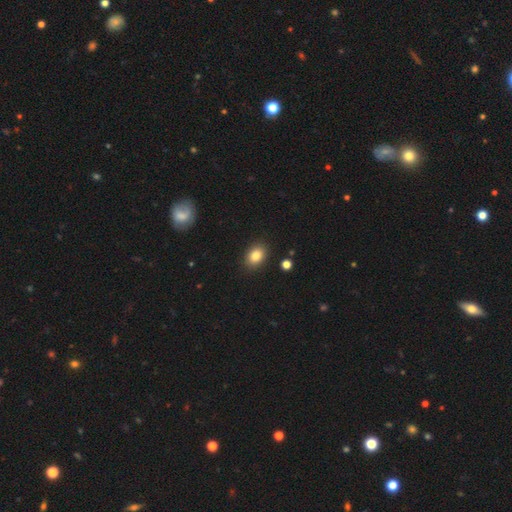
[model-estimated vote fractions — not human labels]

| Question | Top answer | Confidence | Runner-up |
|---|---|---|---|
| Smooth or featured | smooth | 84% | star or artifact (9%) |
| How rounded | in between | 73% | round (26%) |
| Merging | none | 88% | minor disturbance (8%) |